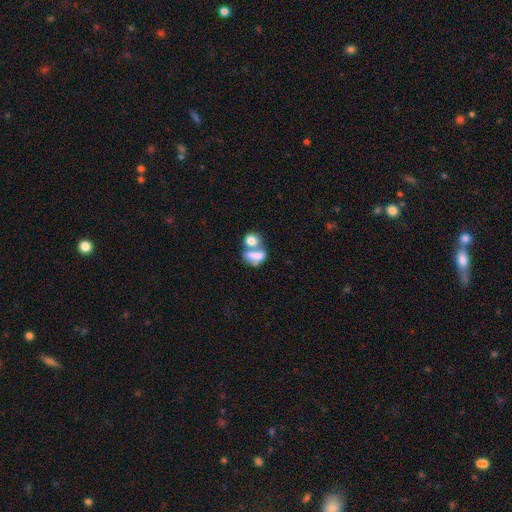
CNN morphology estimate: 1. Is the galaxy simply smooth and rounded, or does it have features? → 71% smooth, 20% featured or disk, 10% star or artifact.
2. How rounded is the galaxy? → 76% in between, 20% round, 5% cigar-shaped.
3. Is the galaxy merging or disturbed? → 61% merger, 21% none, 9% minor disturbance, 9% major disturbance.